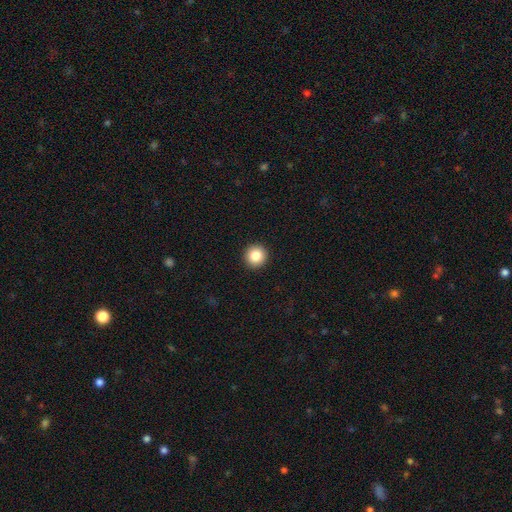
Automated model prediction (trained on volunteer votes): Smooth or featured? Predicted: smooth (p=0.85). How rounded? Predicted: round (p=0.96). Merging? Predicted: none (p=0.94).